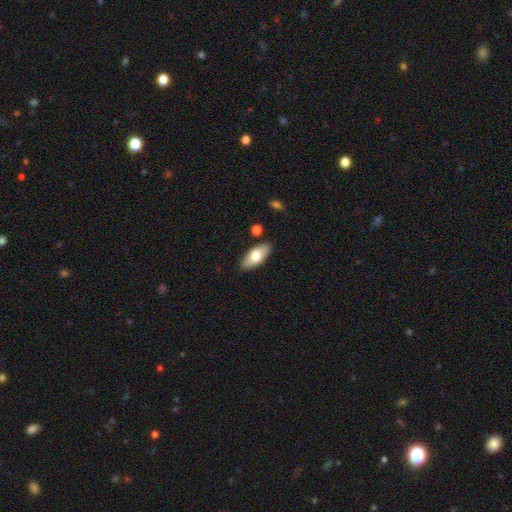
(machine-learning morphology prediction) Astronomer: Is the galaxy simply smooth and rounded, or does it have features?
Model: smooth — 70%.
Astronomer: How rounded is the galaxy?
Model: in between — 86%.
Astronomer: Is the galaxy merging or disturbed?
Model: none — 86%.